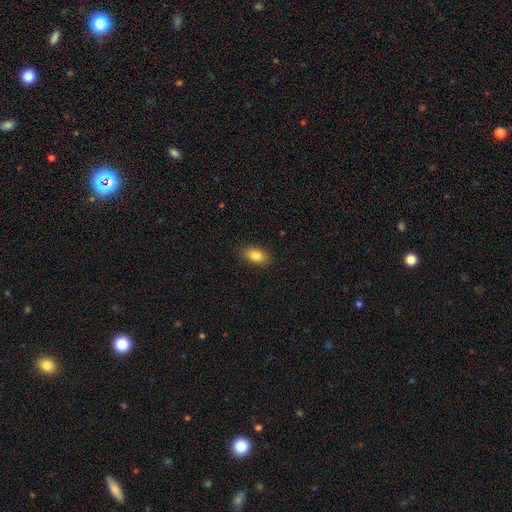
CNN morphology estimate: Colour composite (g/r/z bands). It shows a smooth galaxy with no disk features (85%) that is in between round and cigar-shaped (89%). Merging: none (88%).